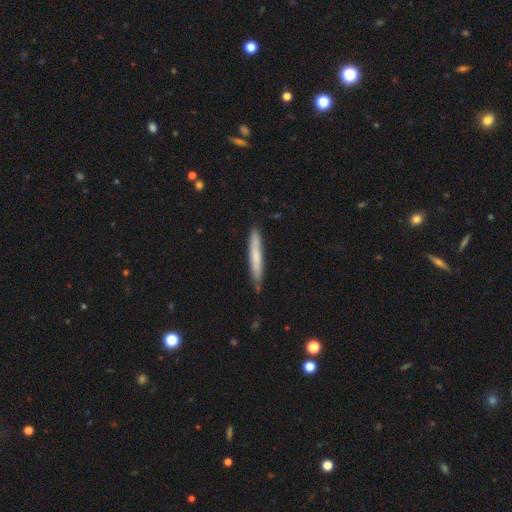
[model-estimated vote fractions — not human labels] Q: Smooth or featured?
A: smooth (65%); runner-up: featured or disk (29%)
Q: How rounded?
A: cigar-shaped (95%); runner-up: in between (3%)
Q: Merging?
A: none (84%); runner-up: minor disturbance (13%)